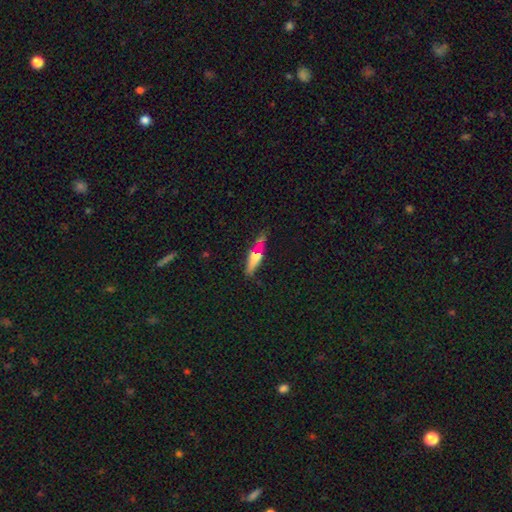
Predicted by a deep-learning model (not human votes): A smooth galaxy with no disk features (55%) that is cigar-shaped (75%). Merging: none (74%).